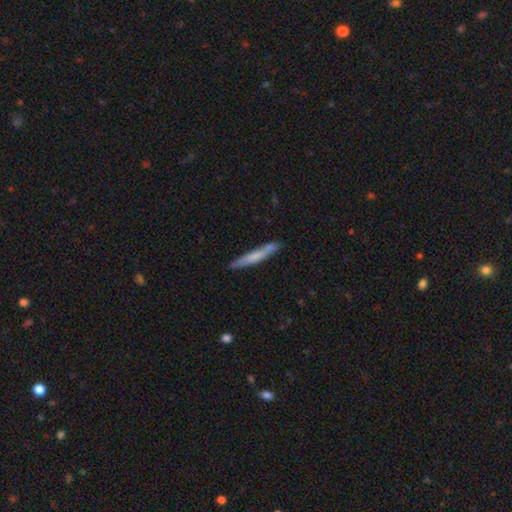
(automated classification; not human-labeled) Smooth or featured?
  - smooth: 61% *
  - featured or disk: 33%
  - star or artifact: 6%
How rounded?
  - cigar-shaped: 95% *
  - in between: 4%
  - round: 1%
Merging?
  - none: 81% *
  - minor disturbance: 13%
  - merger: 3%
  - major disturbance: 2%